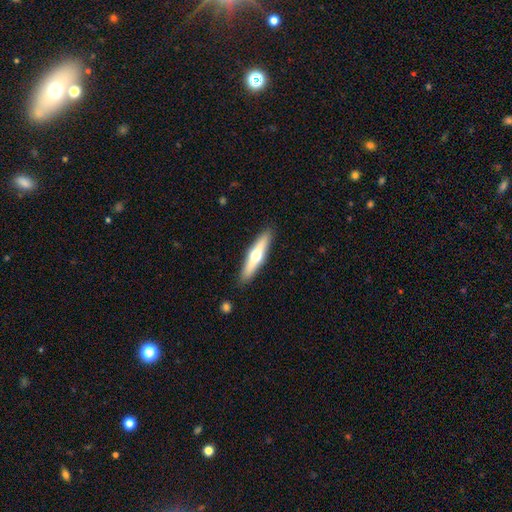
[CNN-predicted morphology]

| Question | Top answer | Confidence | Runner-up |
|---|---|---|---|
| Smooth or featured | featured or disk | 53% | smooth (42%) |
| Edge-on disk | yes | 92% | no (8%) |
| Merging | none | 89% | minor disturbance (7%) |